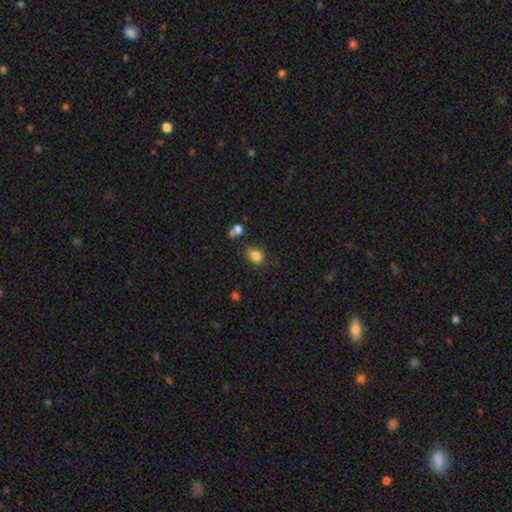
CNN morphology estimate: Smooth or featured: smooth — 84% (star or artifact — 11%)
How rounded: in between — 52% (round — 47%)
Merging: none — 75% (minor disturbance — 16%)